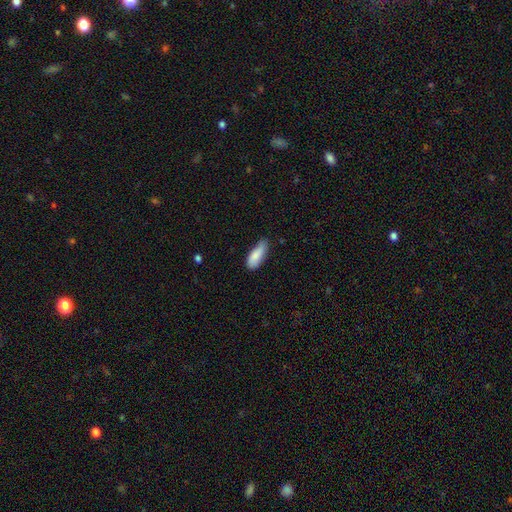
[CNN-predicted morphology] smooth_or_featured: smooth (p=0.86) [alt: featured or disk p=0.08]
how_rounded: in between (p=0.76) [alt: cigar-shaped p=0.22]
merging: none (p=0.55) [alt: minor disturbance p=0.37]